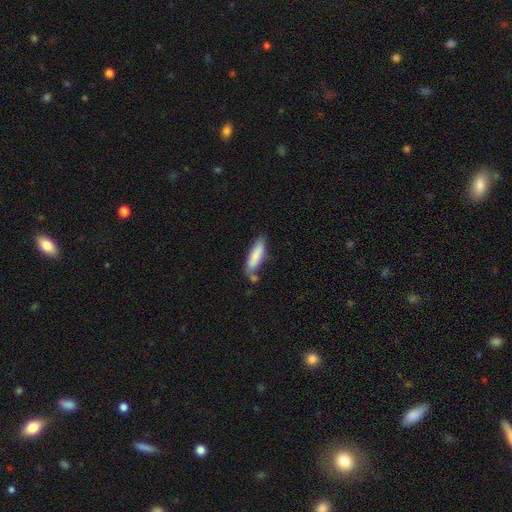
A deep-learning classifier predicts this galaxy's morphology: Smooth or featured?
  - smooth: 83% *
  - featured or disk: 11%
  - star or artifact: 6%
How rounded?
  - cigar-shaped: 64% *
  - in between: 35%
  - round: 1%
Merging?
  - none: 59% *
  - minor disturbance: 21%
  - merger: 15%
  - major disturbance: 5%